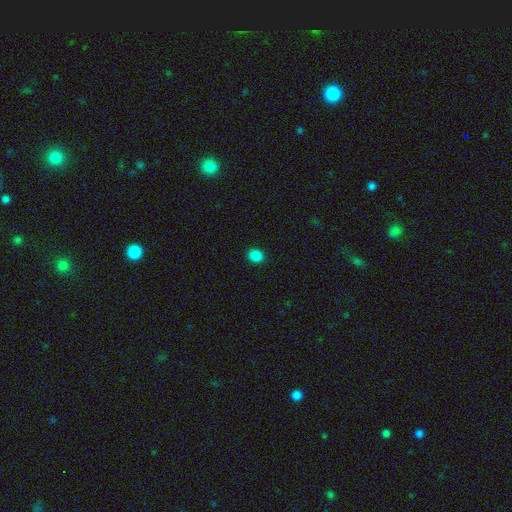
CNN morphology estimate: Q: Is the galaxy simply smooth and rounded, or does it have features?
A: smooth — 85%.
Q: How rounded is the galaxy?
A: round — 63%.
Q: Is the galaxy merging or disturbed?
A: none — 91%.